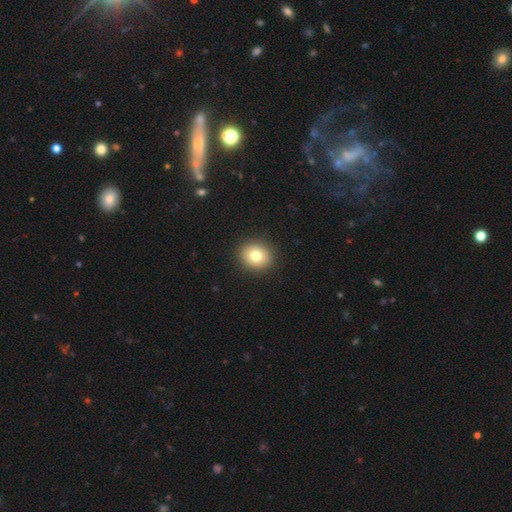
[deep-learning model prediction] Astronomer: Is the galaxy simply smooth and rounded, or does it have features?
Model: smooth — 79%.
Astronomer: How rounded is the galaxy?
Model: round — 74%.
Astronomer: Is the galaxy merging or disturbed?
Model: none — 91%.